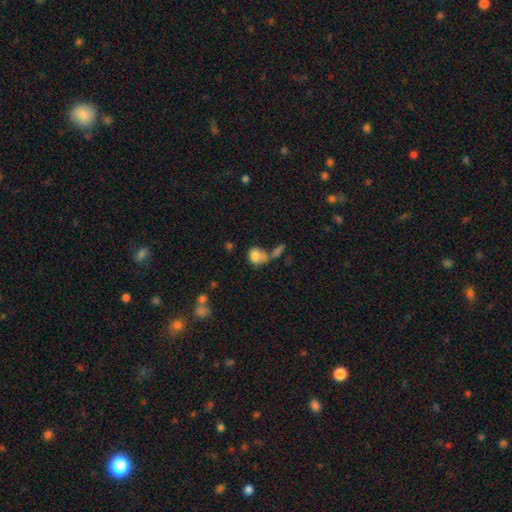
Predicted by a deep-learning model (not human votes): This is likely a smooth galaxy (79%). How rounded: possibly in between (53%). Merging: marginally merger (40%).